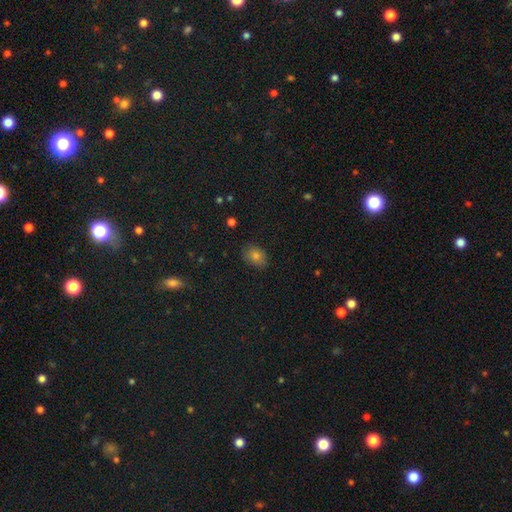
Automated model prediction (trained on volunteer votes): This appears to be a smooth galaxy with no disk features (75%) that is in between round and cigar-shaped (71%). Merging: none (80%).